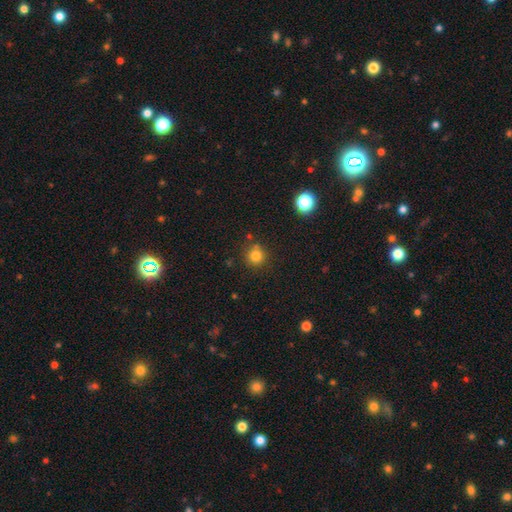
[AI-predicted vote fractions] A smooth galaxy with no disk features (81%) that is round (93%). Merging: none (81%).